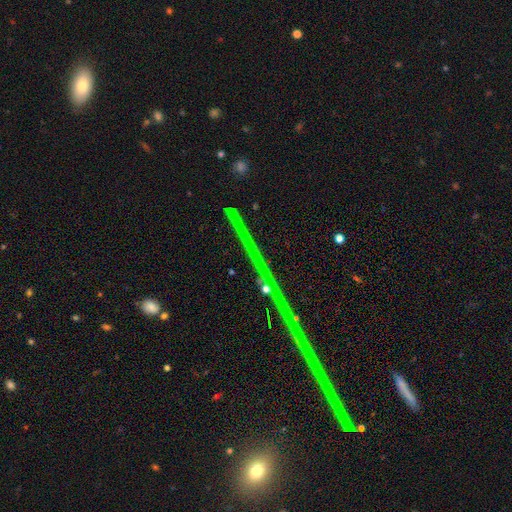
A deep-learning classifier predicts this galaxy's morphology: A star or artifact, not a galaxy (77%).